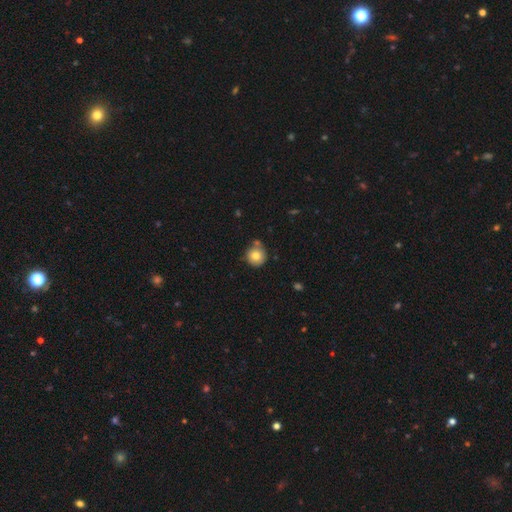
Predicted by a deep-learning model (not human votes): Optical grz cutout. It shows a smooth galaxy with no disk features (80%) that is round (93%). Merging: none (74%).